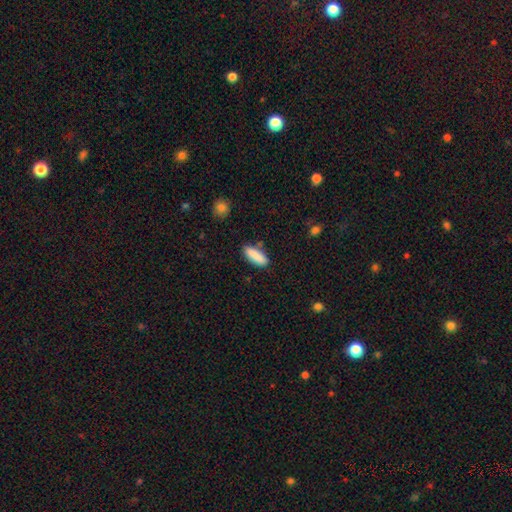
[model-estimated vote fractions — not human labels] Smooth or featured? smooth (88%)
How rounded? in between (55%)
Merging? none (81%)